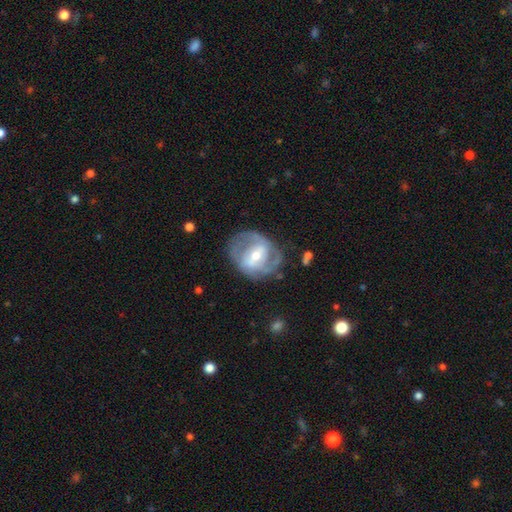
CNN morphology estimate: This is likely a featured or disk galaxy (77%). It is clearly not viewed edge-on (96%). Bar: marginally weak (42%). Spiral arm pattern: likely yes (79%). Spiral arm count: likely 2 (63%). Spiral winding: marginally medium (43%). Central bulge: possibly moderate (57%). Merging: likely none (65%).